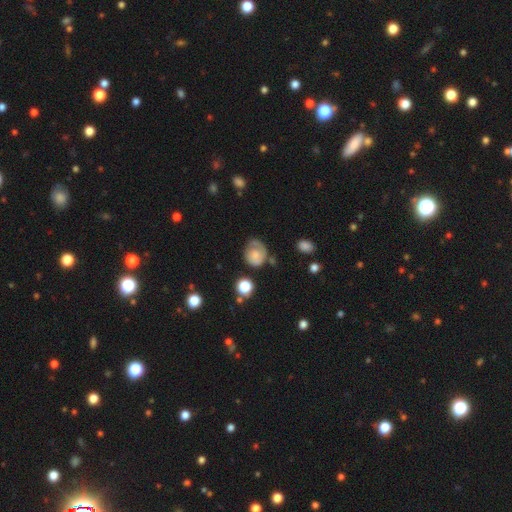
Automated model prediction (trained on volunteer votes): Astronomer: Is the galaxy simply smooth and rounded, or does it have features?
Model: smooth — 46% (runner-up: featured or disk, 45%).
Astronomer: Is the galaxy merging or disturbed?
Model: none — 51%.